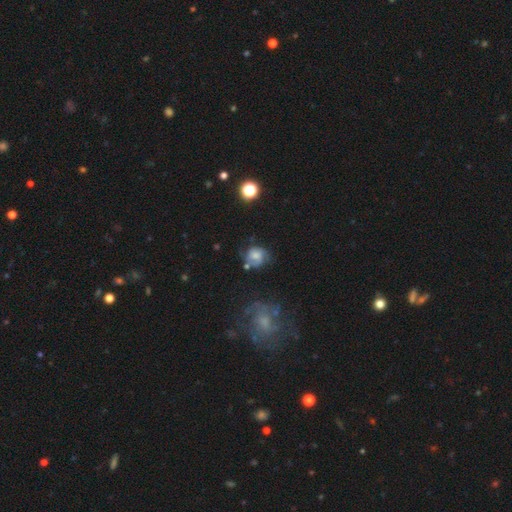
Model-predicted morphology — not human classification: smooth_or_featured: featured or disk (p=0.56) [alt: smooth p=0.33]
disk_edge_on: no (p=0.97) [alt: yes p=0.03]
bar: no (p=0.67) [alt: weak p=0.28]
has_spiral_arms: yes (p=0.83) [alt: no p=0.17]
bulge_size: moderate (p=0.35) [alt: small p=0.28]
merging: none (p=0.53) [alt: minor disturbance p=0.23]